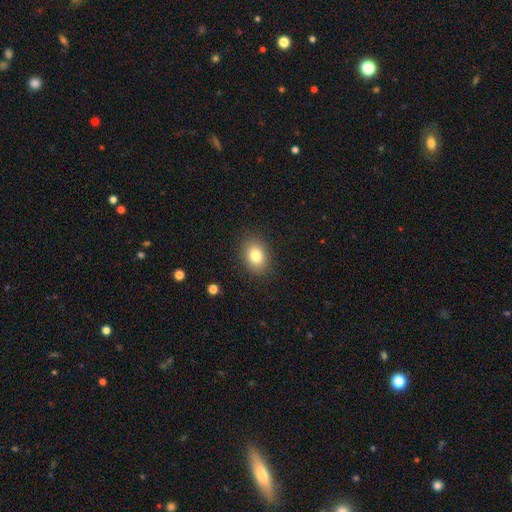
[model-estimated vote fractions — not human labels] smooth 81%, star or artifact 10%, featured or disk 9%. Down the decision tree: how rounded — in between (67%); merging — none (88%).